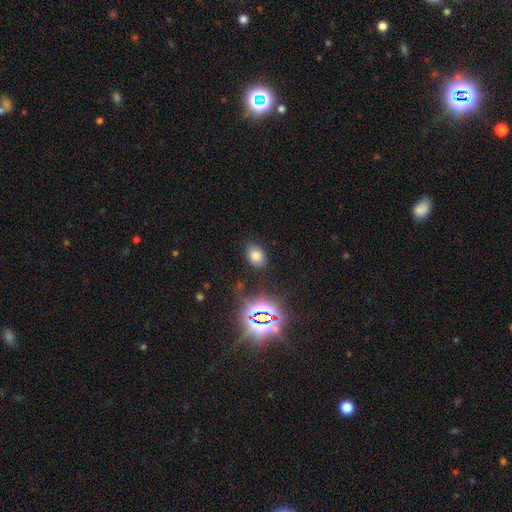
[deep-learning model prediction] Q: Smooth or featured?
A: smooth (72%); runner-up: star or artifact (19%)
Q: How rounded?
A: in between (79%); runner-up: round (19%)
Q: Merging?
A: none (83%); runner-up: minor disturbance (12%)